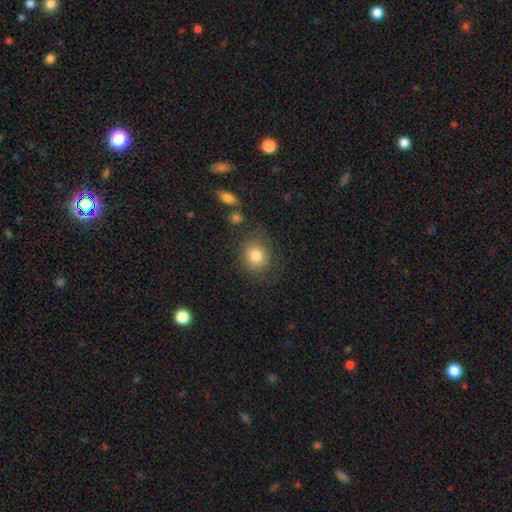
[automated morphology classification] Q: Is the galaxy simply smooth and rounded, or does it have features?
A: smooth — 82%.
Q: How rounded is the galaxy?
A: round — 77%.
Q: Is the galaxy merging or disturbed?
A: none — 78%.